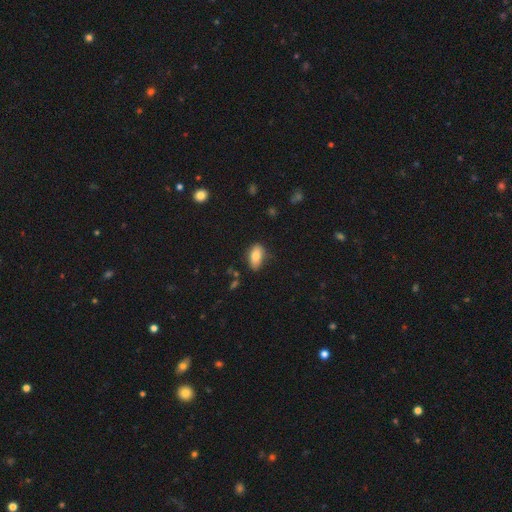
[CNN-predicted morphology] The model was most divided on "merging": none: 71%, minor disturbance: 22%, major disturbance: 4%, merger: 2%. More confident: how rounded — in between (91%); smooth or featured — smooth (82%).